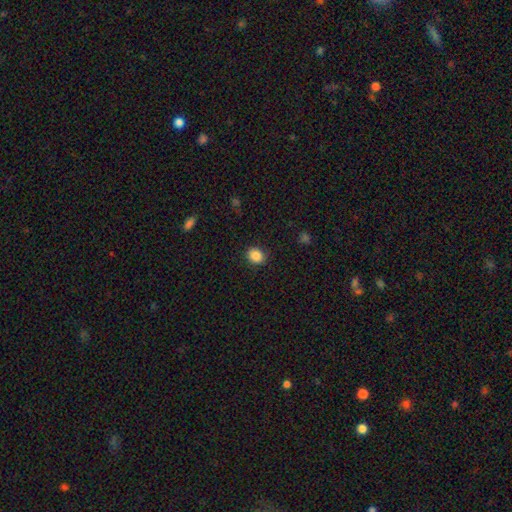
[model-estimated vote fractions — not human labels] Overall: smooth (87%). How rounded: round (60%; in between 39%). Merging: none (89%).